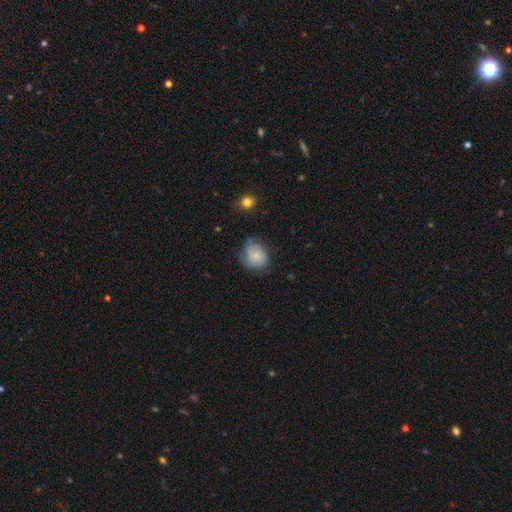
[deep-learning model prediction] Smooth or featured?
  - smooth: 54% *
  - featured or disk: 38%
  - star or artifact: 8%
How rounded?
  - round: 59% *
  - in between: 40%
  - cigar-shaped: 1%
Merging?
  - none: 55% *
  - minor disturbance: 30%
  - major disturbance: 13%
  - merger: 2%